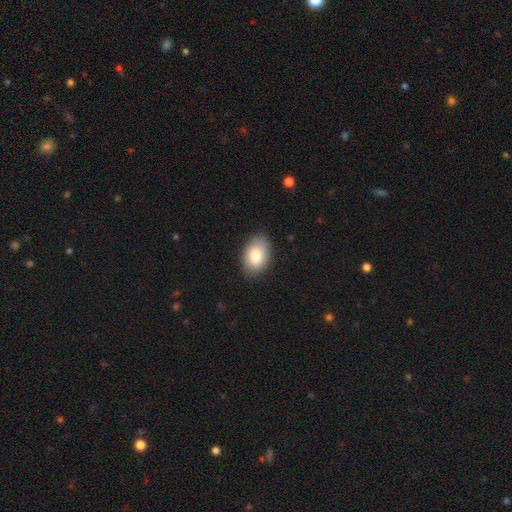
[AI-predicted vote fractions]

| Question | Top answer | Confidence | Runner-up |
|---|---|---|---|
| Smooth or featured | smooth | 84% | featured or disk (9%) |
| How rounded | in between | 90% | round (9%) |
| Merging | none | 84% | minor disturbance (12%) |